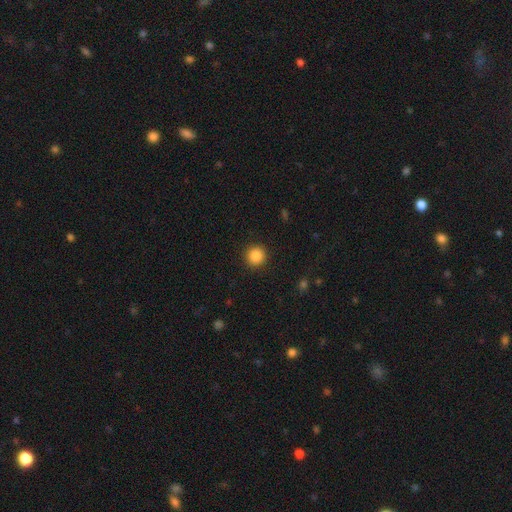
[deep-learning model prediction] Smooth or featured? Predicted: smooth (p=0.87). How rounded? Predicted: round (p=0.95). Merging? Predicted: none (p=0.92).